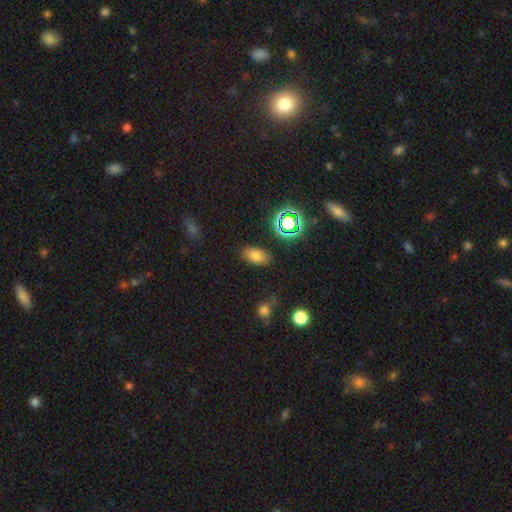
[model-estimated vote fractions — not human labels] A smooth galaxy with no disk features (74%) that is in between round and cigar-shaped (90%).

Vote fractions:
- Smooth or featured? smooth: 74% / star or artifact: 19% / featured or disk: 7%
- How rounded? in between: 90% / round: 8% / cigar-shaped: 2%
- Merging? none: 84% / minor disturbance: 11% / major disturbance: 3% / merger: 2%